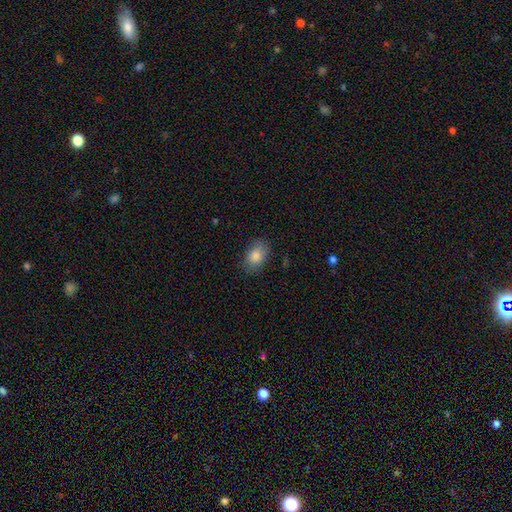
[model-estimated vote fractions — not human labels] Overall: smooth (83%). How rounded: in between (79%). Merging: none (81%).